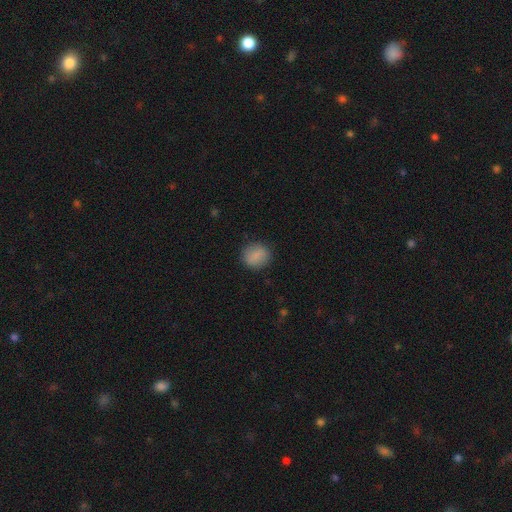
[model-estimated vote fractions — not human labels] This appears to be a smooth galaxy with no disk features (85%) that is round (74%). Merging: none (87%).